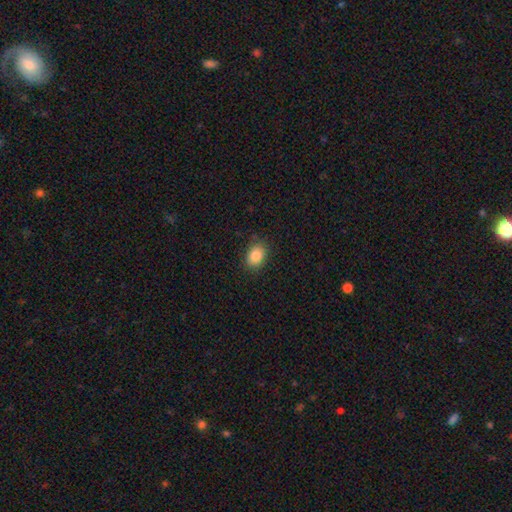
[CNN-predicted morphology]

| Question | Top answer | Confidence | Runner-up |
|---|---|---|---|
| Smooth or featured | smooth | 86% | star or artifact (9%) |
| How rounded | in between | 68% | round (31%) |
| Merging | none | 85% | minor disturbance (11%) |